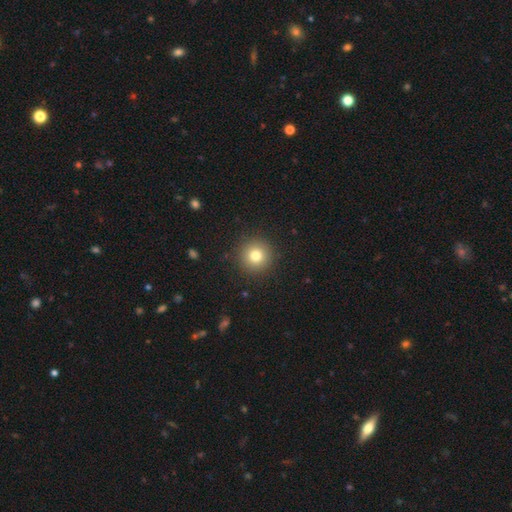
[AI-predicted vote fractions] Q: Smooth or featured?
A: smooth (79%); runner-up: star or artifact (12%)
Q: How rounded?
A: round (96%); runner-up: in between (3%)
Q: Merging?
A: none (91%); runner-up: minor disturbance (5%)